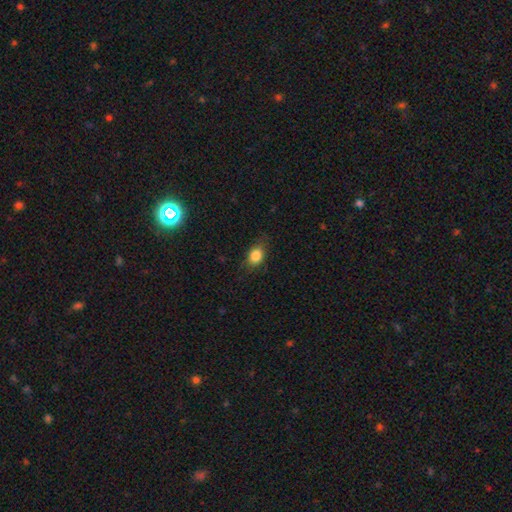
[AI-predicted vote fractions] Smooth or featured?
  - smooth: 84% *
  - star or artifact: 9%
  - featured or disk: 7%
How rounded?
  - in between: 67% *
  - round: 31%
  - cigar-shaped: 2%
Merging?
  - none: 74% *
  - minor disturbance: 20%
  - major disturbance: 5%
  - merger: 1%